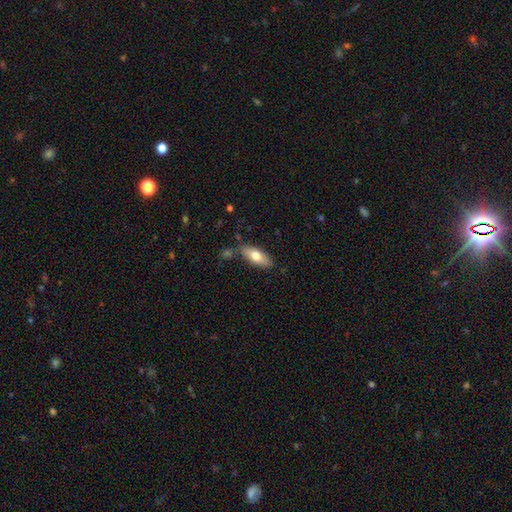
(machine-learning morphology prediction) Smooth or featured: smooth — 72% (featured or disk — 22%)
How rounded: in between — 77% (cigar-shaped — 21%)
Merging: none — 73% (minor disturbance — 16%)